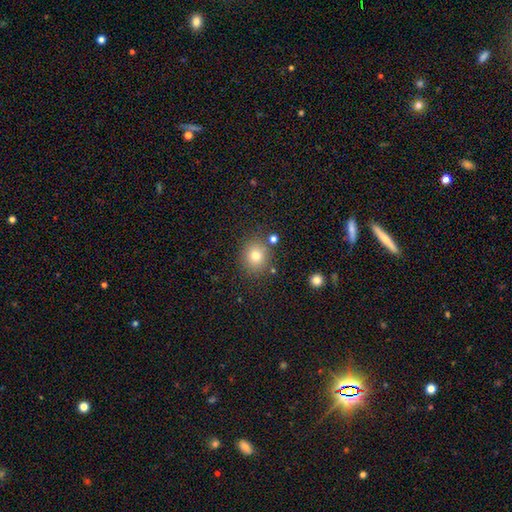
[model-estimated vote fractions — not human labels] Smooth or featured?
  - smooth: 77% *
  - star or artifact: 14%
  - featured or disk: 9%
How rounded?
  - round: 82% *
  - in between: 17%
  - cigar-shaped: 1%
Merging?
  - none: 80% *
  - minor disturbance: 10%
  - merger: 6%
  - major disturbance: 3%